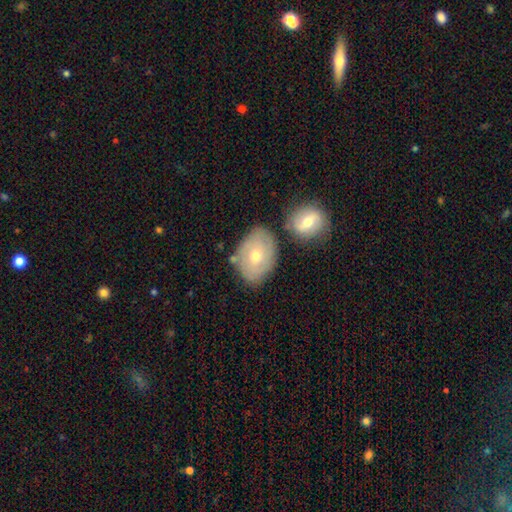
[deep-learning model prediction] Smooth or featured? smooth (50%)
How rounded? in between (72%)
Merging? none (64%)